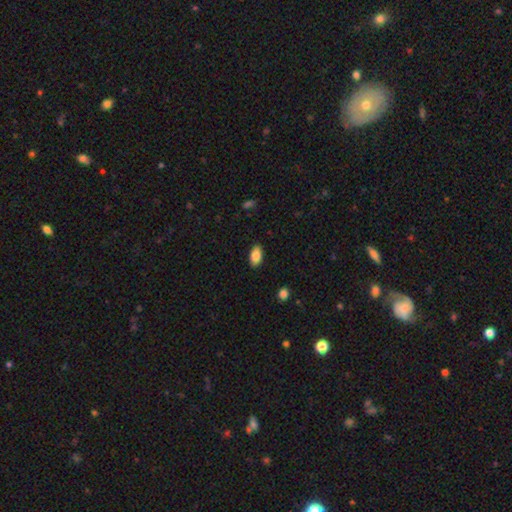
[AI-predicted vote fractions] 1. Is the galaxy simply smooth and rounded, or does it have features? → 86% smooth, 7% star or artifact, 7% featured or disk.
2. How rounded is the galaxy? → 93% in between, 4% round, 3% cigar-shaped.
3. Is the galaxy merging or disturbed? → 87% none, 10% minor disturbance, 2% major disturbance, 1% merger.